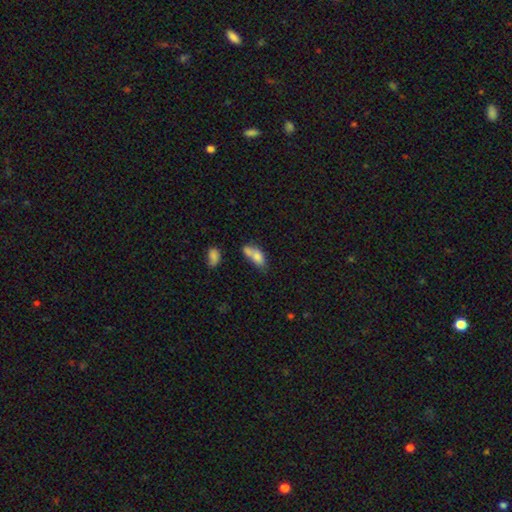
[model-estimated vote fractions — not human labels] The model was most divided on "merging": merger: 45%, none: 28%, minor disturbance: 18%, major disturbance: 10%. More confident: how rounded — in between (83%); smooth or featured — smooth (73%).